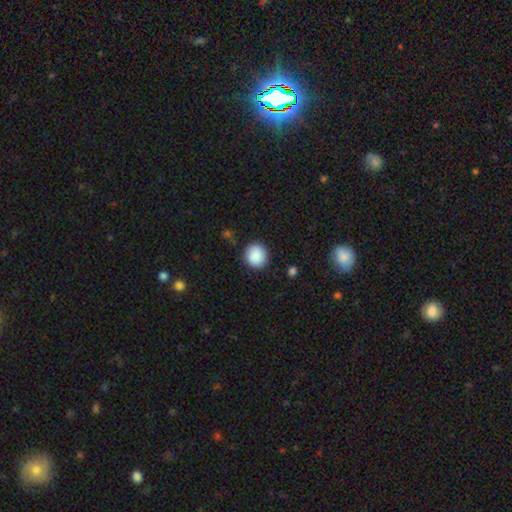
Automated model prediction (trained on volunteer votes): Smooth or featured? Predicted: smooth (p=0.89). How rounded? Predicted: round (p=0.91). Merging? Predicted: none (p=0.89).